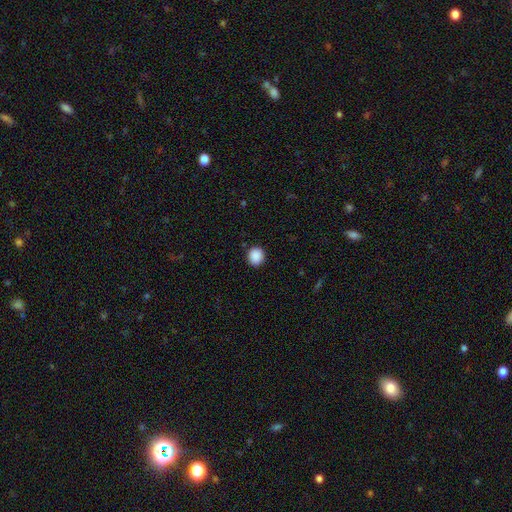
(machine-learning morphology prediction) Smooth or featured? smooth (89%)
How rounded? round (81%)
Merging? none (90%)